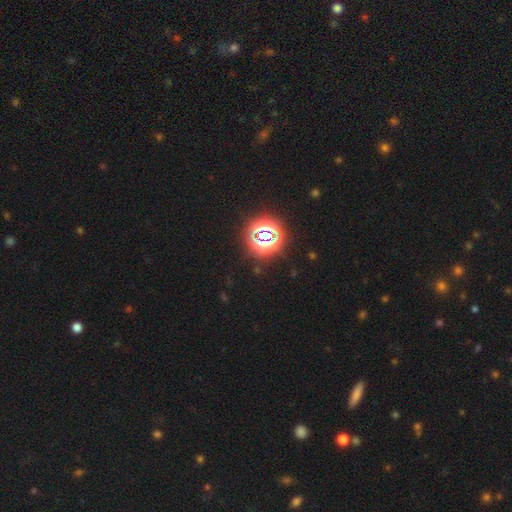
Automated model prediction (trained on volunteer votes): smooth_or_featured: star or artifact (p=0.76) [alt: smooth p=0.18]